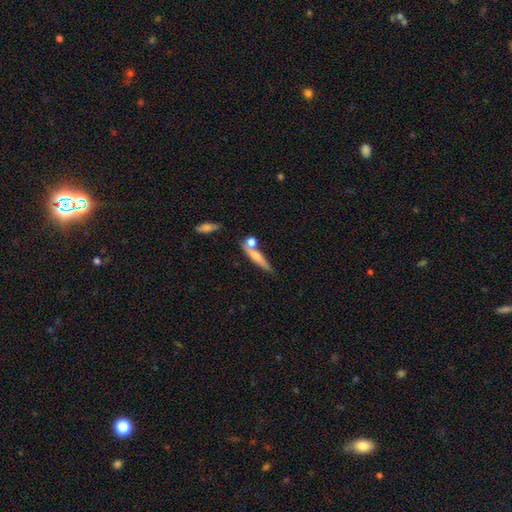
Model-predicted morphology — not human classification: smooth-or-featured: smooth: 60% | featured or disk: 33% | star or artifact: 7%
  how-rounded: cigar-shaped: 78% | in between: 15% | round: 6%
  merging: none: 57% | merger: 22% | minor disturbance: 15% | major disturbance: 6%